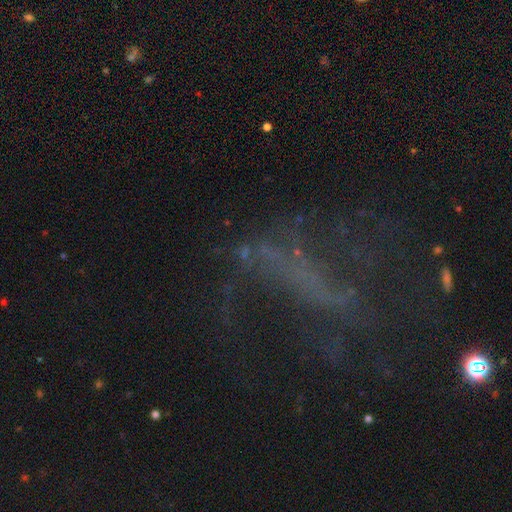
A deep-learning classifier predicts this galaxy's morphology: This appears to be a featured or disk galaxy (42%). Merging: none (45%).